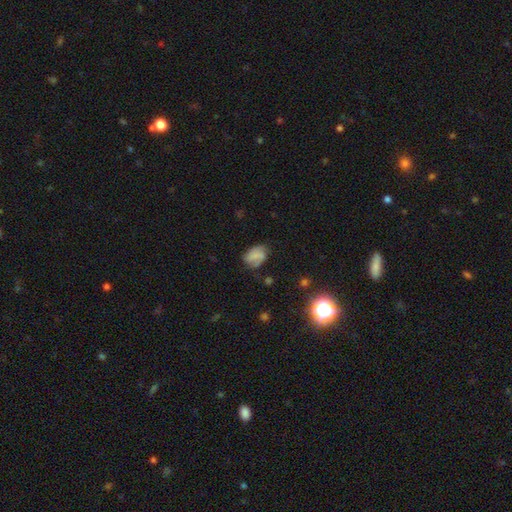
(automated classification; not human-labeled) Smooth or featured: smooth — 58% (featured or disk — 30%)
How rounded: in between — 80% (round — 19%)
Merging: none — 52% (minor disturbance — 31%)